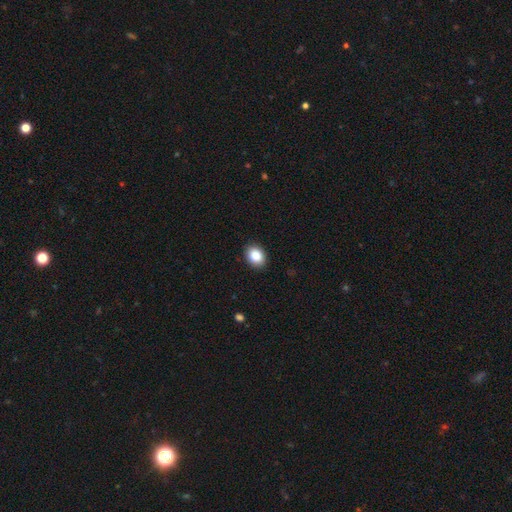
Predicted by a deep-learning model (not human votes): Morphology: type=smooth (88%); roundness=in between (63%); merging=none (89%).